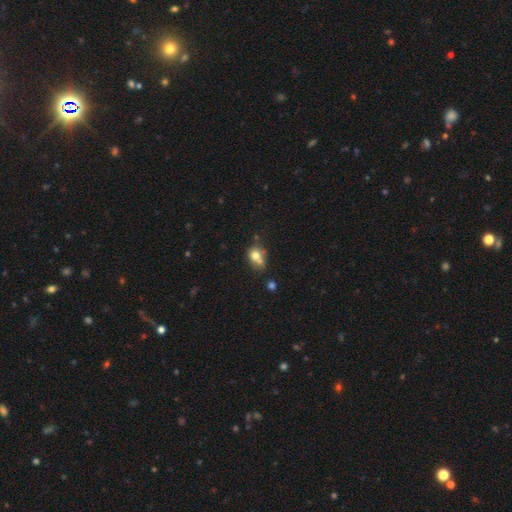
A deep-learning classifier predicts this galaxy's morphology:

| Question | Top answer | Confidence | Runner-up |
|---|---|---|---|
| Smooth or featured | smooth | 72% | featured or disk (16%) |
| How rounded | round | 60% | in between (39%) |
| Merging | none | 39% | merger (37%) |